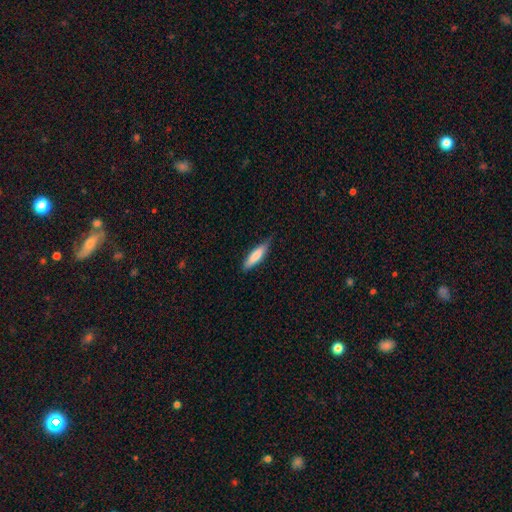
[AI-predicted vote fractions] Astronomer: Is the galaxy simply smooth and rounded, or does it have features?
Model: smooth — 77%.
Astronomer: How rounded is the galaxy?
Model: cigar-shaped — 68%.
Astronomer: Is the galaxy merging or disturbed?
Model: none — 78%.